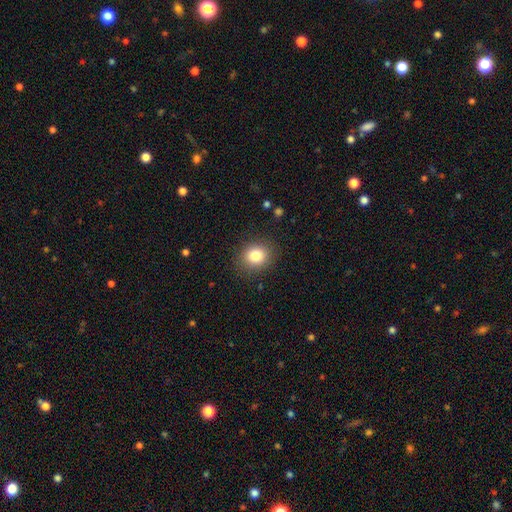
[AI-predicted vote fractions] This appears to be a smooth galaxy with no disk features (83%) that is round (71%). Merging: none (87%).